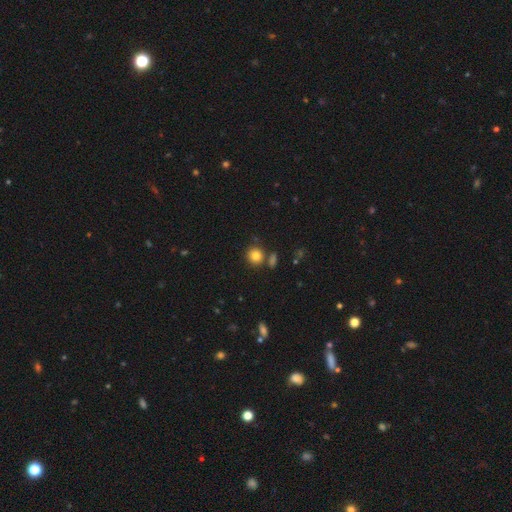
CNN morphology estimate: The model was most divided on "merging": none: 77%, merger: 11%, minor disturbance: 9%, major disturbance: 3%. More confident: how rounded — round (88%); smooth or featured — smooth (83%).